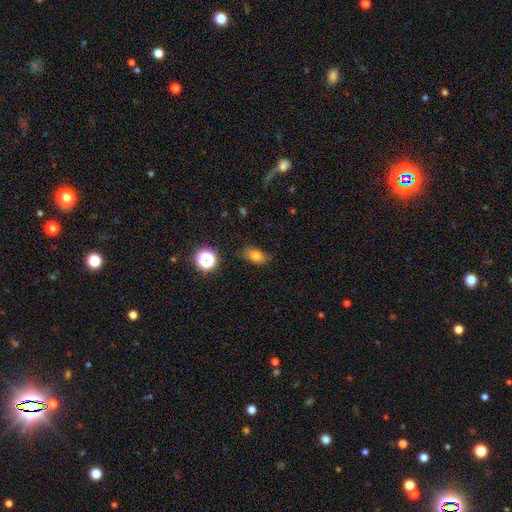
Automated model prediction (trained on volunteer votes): A smooth galaxy with no disk features (77%) that is in between round and cigar-shaped (82%).

Vote fractions:
- Smooth or featured? smooth: 77% / star or artifact: 13% / featured or disk: 10%
- How rounded? in between: 82% / round: 13% / cigar-shaped: 4%
- Merging? none: 81% / minor disturbance: 15% / major disturbance: 3% / merger: 2%